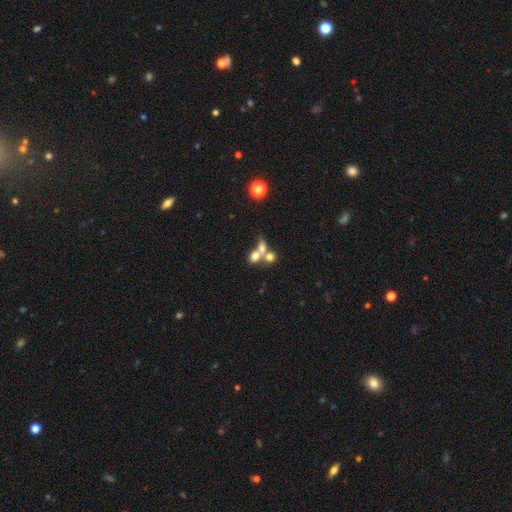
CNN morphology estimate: Smooth or featured? Predicted: smooth (p=0.65). How rounded? Predicted: round (p=0.51). Merging? Predicted: merger (p=0.62).